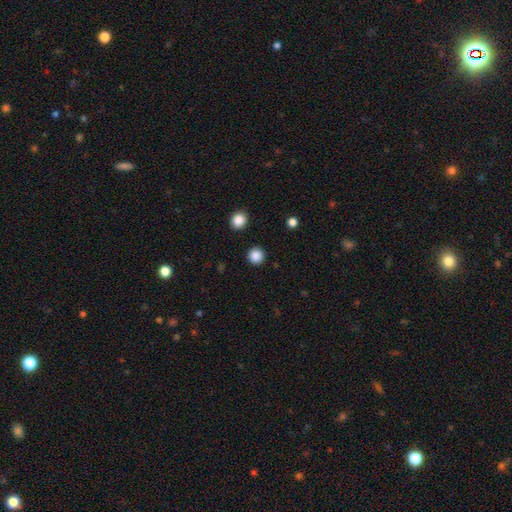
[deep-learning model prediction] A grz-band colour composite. It shows a smooth galaxy with no disk features (87%) that is round (95%). Merging: none (92%).